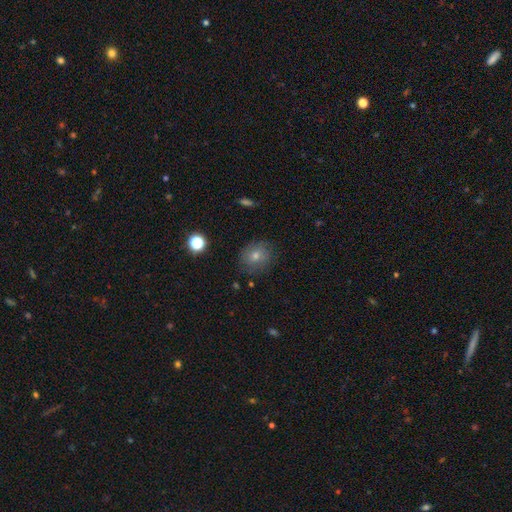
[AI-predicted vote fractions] Overall: smooth (59%; featured or disk 23%). How rounded: round (73%). Merging: none (83%).